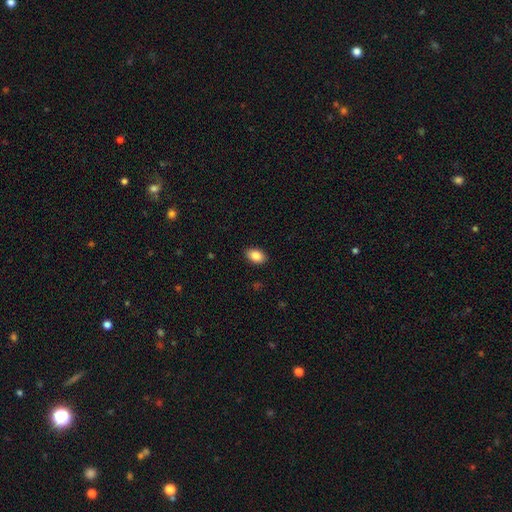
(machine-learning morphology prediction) Q: Smooth or featured?
A: smooth (87%); runner-up: star or artifact (8%)
Q: How rounded?
A: in between (89%); runner-up: round (10%)
Q: Merging?
A: none (89%); runner-up: minor disturbance (8%)